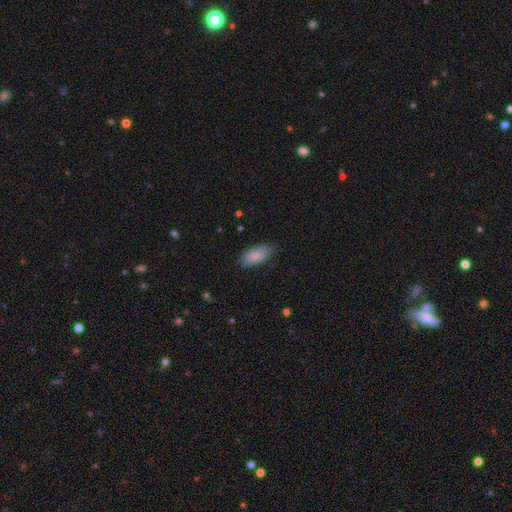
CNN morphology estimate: smooth 87%, featured or disk 7%, star or artifact 6%. Down the decision tree: how rounded — in between (88%); merging — none (81%).